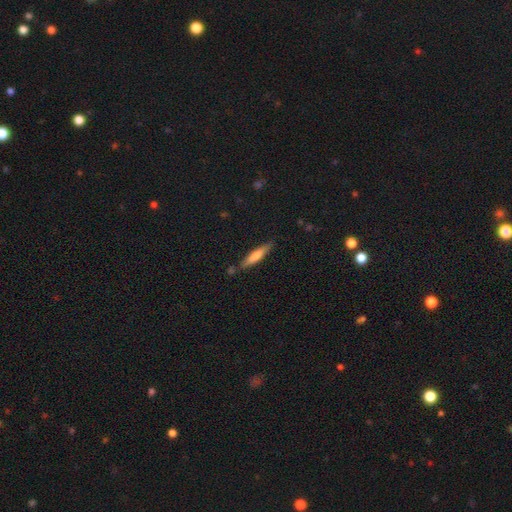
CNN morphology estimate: Smooth or featured? smooth (63%)
How rounded? cigar-shaped (86%)
Merging? none (80%)